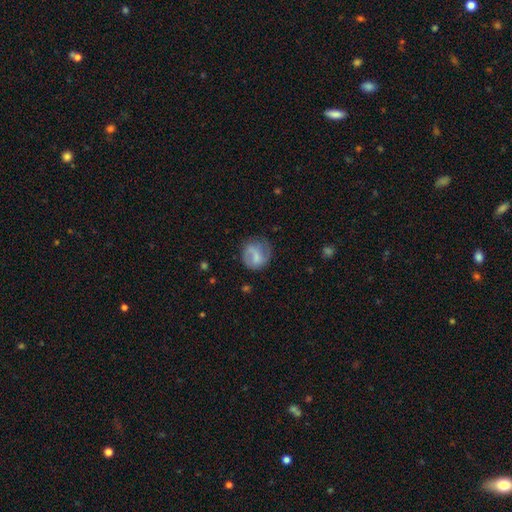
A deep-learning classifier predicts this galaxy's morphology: The model was most divided on "smooth or featured": smooth: 56%, featured or disk: 36%, star or artifact: 8%. More confident: how rounded — round (78%); merging — none (55%).